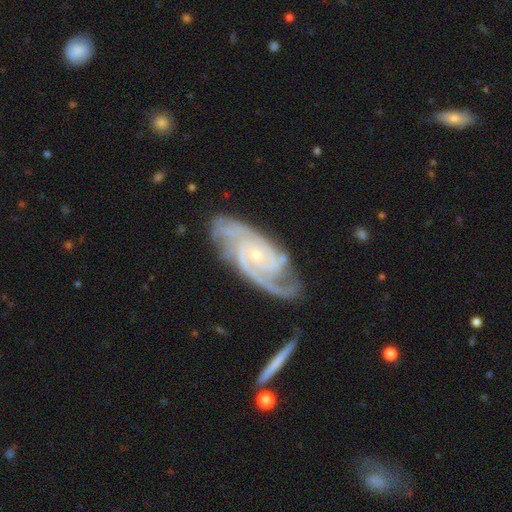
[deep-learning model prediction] Smooth or featured?
  - featured or disk: 92% *
  - star or artifact: 5%
  - smooth: 4%
Edge-on disk?
  - no: 95% *
  - yes: 5%
Bar?
  - no: 65% *
  - weak: 26%
  - strong: 9%
Spiral arms?
  - yes: 98% *
  - no: 2%
Spiral winding?
  - tight: 61% *
  - medium: 34%
  - loose: 5%
Spiral arm count?
  - 2: 38% *
  - 3: 31%
  - can't tell: 12%
  - 4: 9%
  - more than 4: 5%
  - 1: 5%
Bulge size?
  - small: 76% *
  - moderate: 21%
  - none: 2%
  - large: 1%
  - dominant: 1%
Merging?
  - none: 68% *
  - minor disturbance: 21%
  - major disturbance: 8%
  - merger: 3%